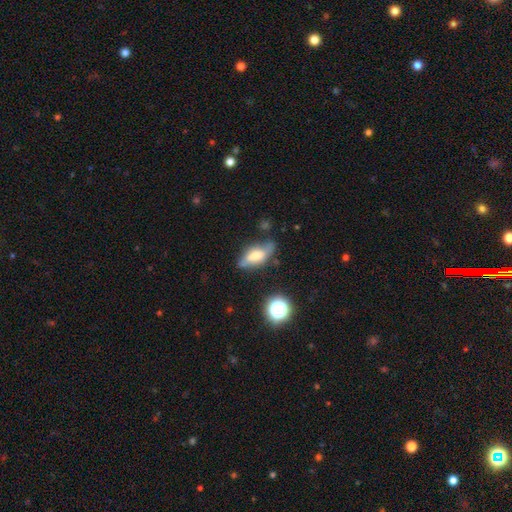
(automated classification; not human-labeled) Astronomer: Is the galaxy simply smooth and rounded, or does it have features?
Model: smooth — 50% (runner-up: featured or disk, 40%).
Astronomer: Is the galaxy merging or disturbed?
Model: none — 55%.